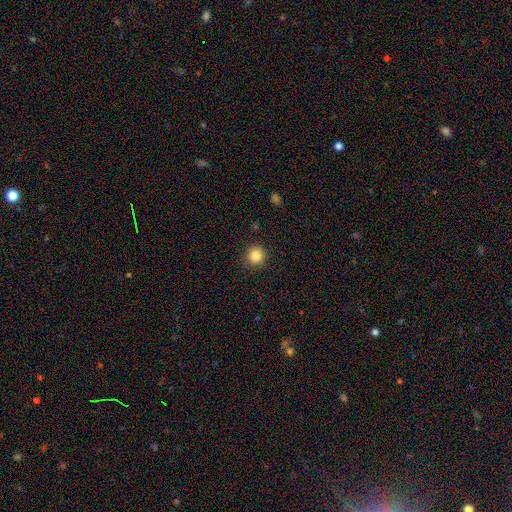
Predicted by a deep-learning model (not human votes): Morphology: type=smooth (85%); roundness=round (94%); merging=none (91%).